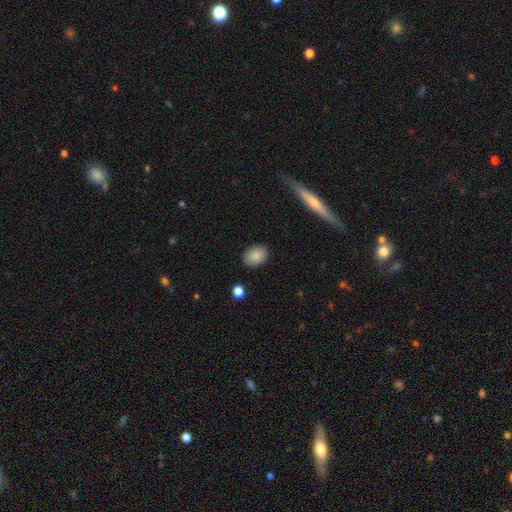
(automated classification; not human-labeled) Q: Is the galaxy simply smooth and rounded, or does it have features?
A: smooth — 87%.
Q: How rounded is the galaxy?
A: in between — 69%.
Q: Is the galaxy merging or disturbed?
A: none — 88%.